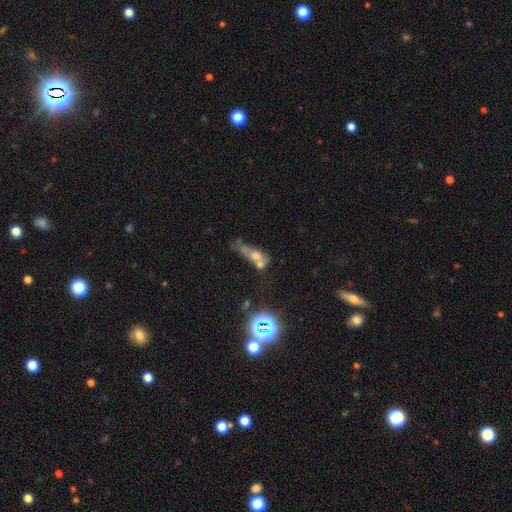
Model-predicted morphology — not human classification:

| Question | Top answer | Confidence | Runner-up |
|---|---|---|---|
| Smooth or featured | smooth | 49% | featured or disk (32%) |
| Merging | merger | 54% | none (19%) |